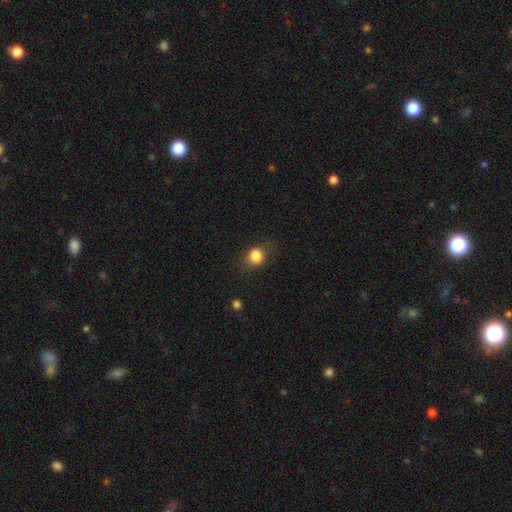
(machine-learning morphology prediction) type=smooth (82%); roundness=round (57%); merging=none (70%).